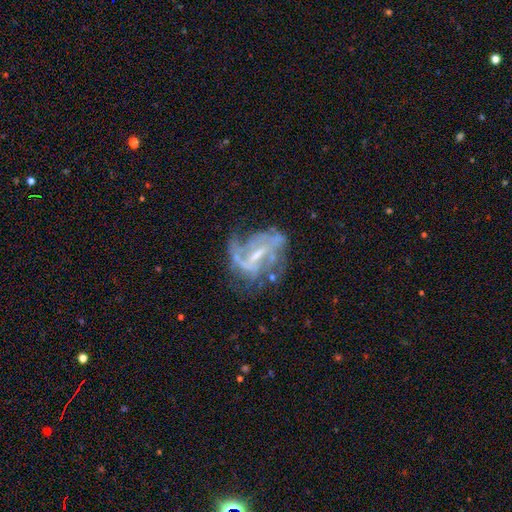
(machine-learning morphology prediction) The model was most divided on "spiral winding": medium: 42%, loose: 36%, tight: 22%. Remaining: edge-on disk — no (97%); smooth or featured — featured or disk (83%); spiral arms — yes (83%); bulge size — small (49%); bar — weak (48%); merging — none (44%); spiral arm count — 2 (41%).